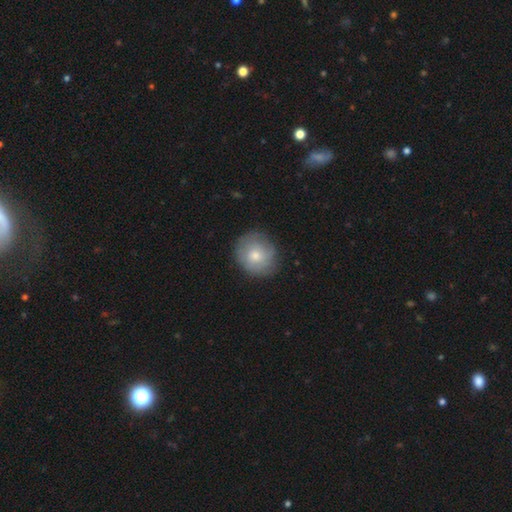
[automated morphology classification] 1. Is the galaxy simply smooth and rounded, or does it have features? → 69% smooth, 25% featured or disk, 7% star or artifact.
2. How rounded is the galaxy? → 83% round, 16% in between, 1% cigar-shaped.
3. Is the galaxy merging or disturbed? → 78% none, 16% minor disturbance, 4% major disturbance, 1% merger.